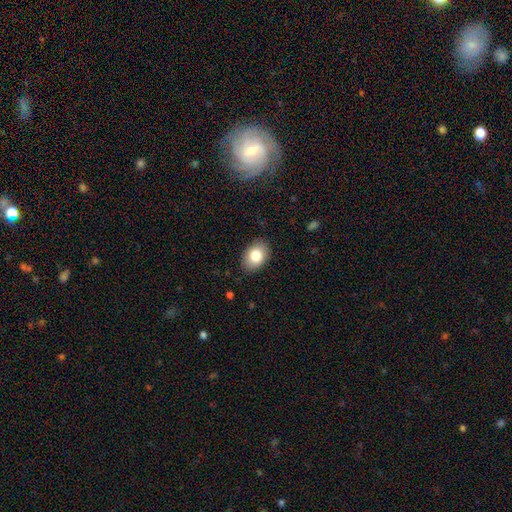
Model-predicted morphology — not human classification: The model was most divided on "how rounded": in between: 81%, round: 18%, cigar-shaped: 1%. More confident: merging — none (87%); smooth or featured — smooth (82%).